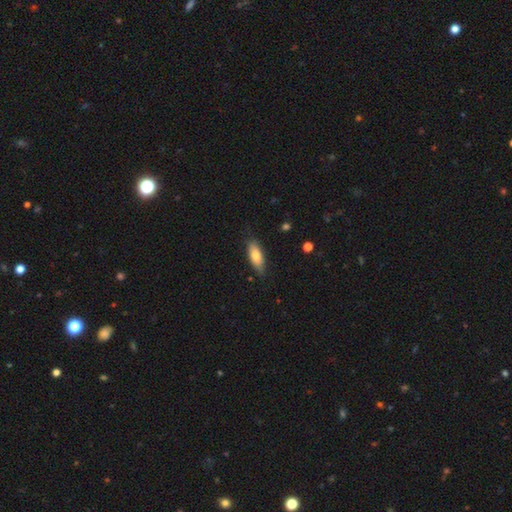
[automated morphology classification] smooth 76%, featured or disk 18%, star or artifact 6%. Down the decision tree: how rounded — in between (74%); merging — none (80%).